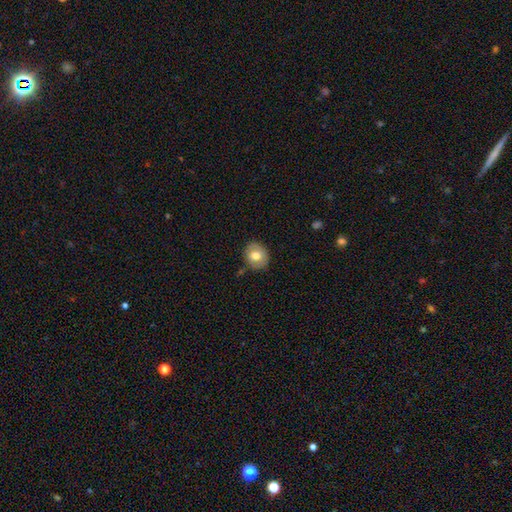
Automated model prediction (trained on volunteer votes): A smooth galaxy with no disk features (73%) that is round (58%).

Vote fractions:
- Smooth or featured? smooth: 73% / featured or disk: 19% / star or artifact: 8%
- How rounded? round: 58% / in between: 41% / cigar-shaped: 1%
- Merging? none: 83% / minor disturbance: 12% / major disturbance: 2% / merger: 2%